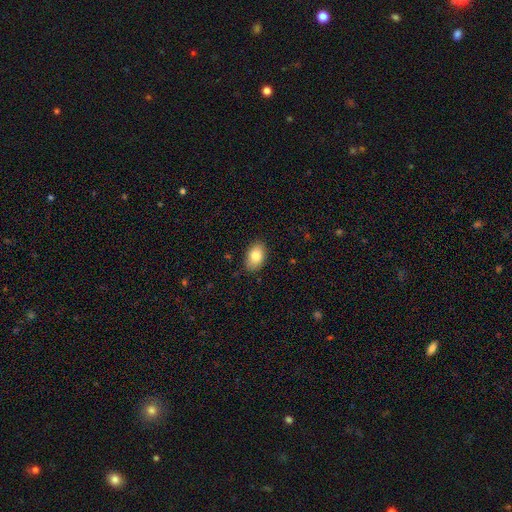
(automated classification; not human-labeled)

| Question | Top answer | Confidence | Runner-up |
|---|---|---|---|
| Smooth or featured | smooth | 81% | featured or disk (12%) |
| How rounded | in between | 87% | round (12%) |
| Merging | none | 86% | minor disturbance (11%) |